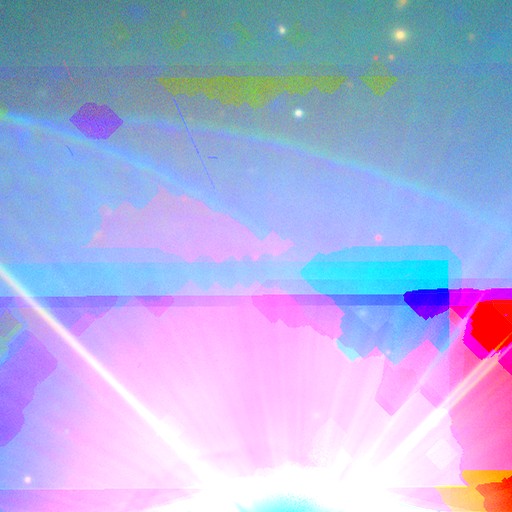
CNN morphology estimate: A star or artifact, not a galaxy (79%).